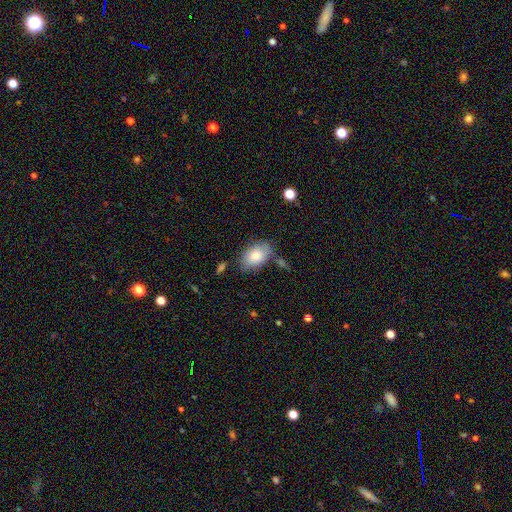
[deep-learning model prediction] A smooth galaxy with no disk features (81%) that is in between round and cigar-shaped (89%). Merging: none (70%).